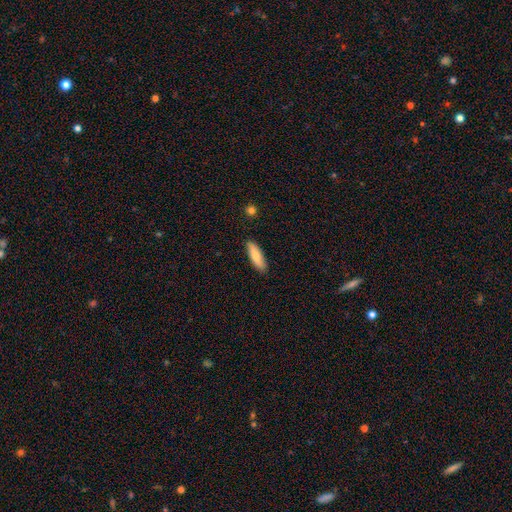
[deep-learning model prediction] Overall: smooth (77%). How rounded: cigar-shaped (52%; in between 46%). Merging: none (87%).